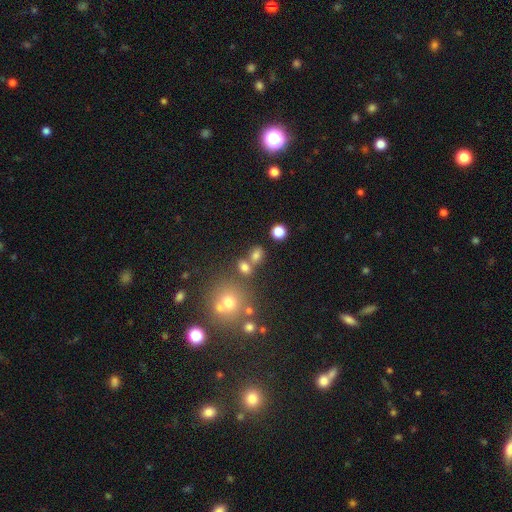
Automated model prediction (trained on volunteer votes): Overall: smooth (73%). How rounded: in between (57%; round 41%). Merging: none (55%; merger 28%).